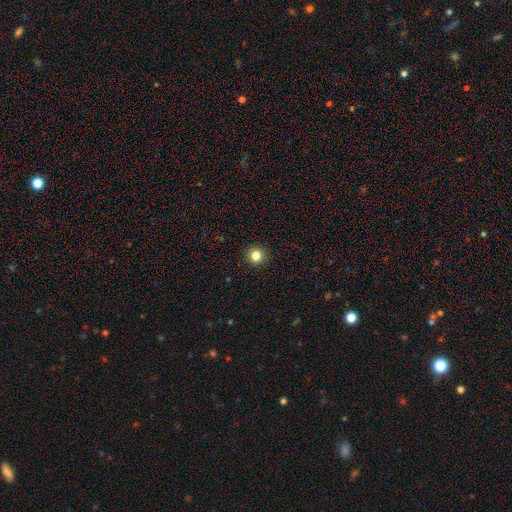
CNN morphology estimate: This is clearly a smooth galaxy (82%). How rounded: clearly round (95%). Merging: clearly none (93%).